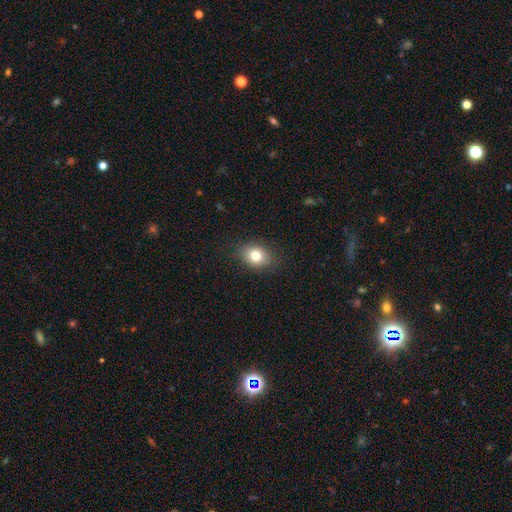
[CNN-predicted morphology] Smooth or featured?
  - smooth: 80% *
  - star or artifact: 10%
  - featured or disk: 9%
How rounded?
  - in between: 62% *
  - round: 36%
  - cigar-shaped: 1%
Merging?
  - none: 86% *
  - minor disturbance: 10%
  - major disturbance: 3%
  - merger: 1%